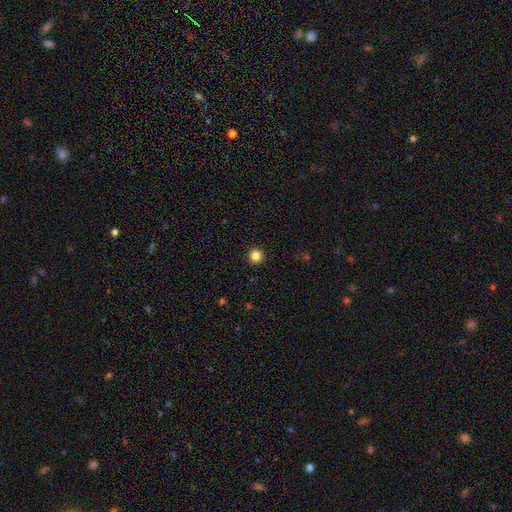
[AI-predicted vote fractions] Overall: smooth (84%). How rounded: round (95%). Merging: none (93%).